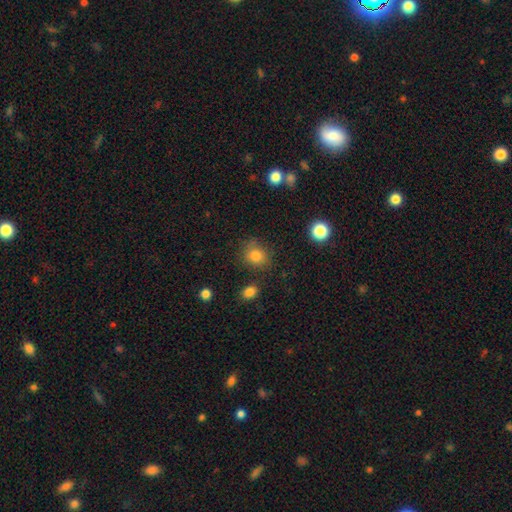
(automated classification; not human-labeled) Smooth or featured? smooth (83%)
How rounded? round (70%)
Merging? none (76%)